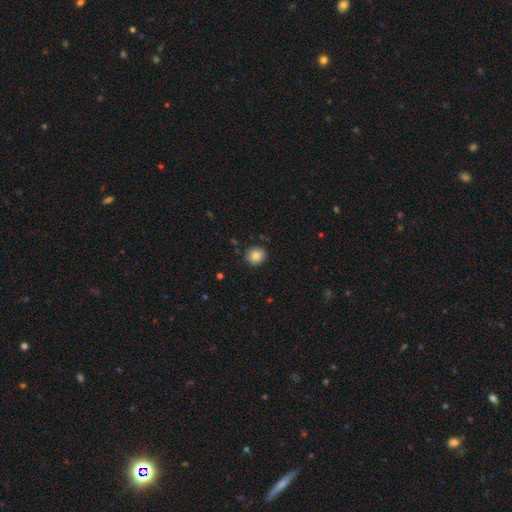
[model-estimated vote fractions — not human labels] This appears to be a smooth galaxy with no disk features (83%) that is round (89%). Merging: none (88%).